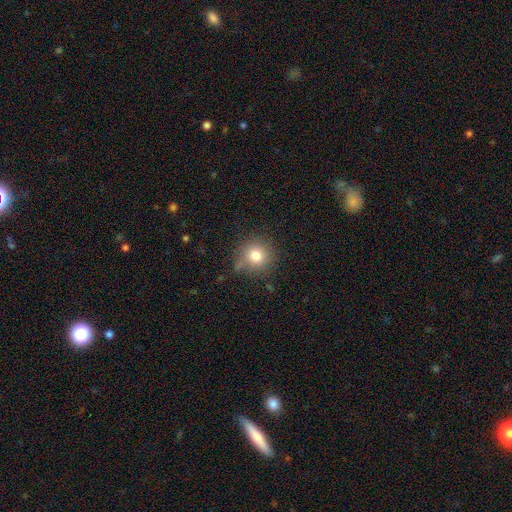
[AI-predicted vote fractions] A smooth galaxy with no disk features (78%) that is round (93%). Merging: none (79%).